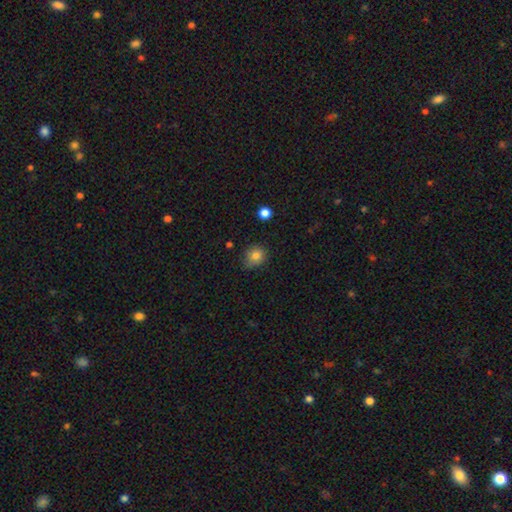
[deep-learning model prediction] A smooth galaxy with no disk features (81%) that is round (71%).

Vote fractions:
- Smooth or featured? smooth: 81% / star or artifact: 11% / featured or disk: 9%
- How rounded? round: 71% / in between: 29% / cigar-shaped: 1%
- Merging? none: 67% / minor disturbance: 26% / major disturbance: 5% / merger: 2%